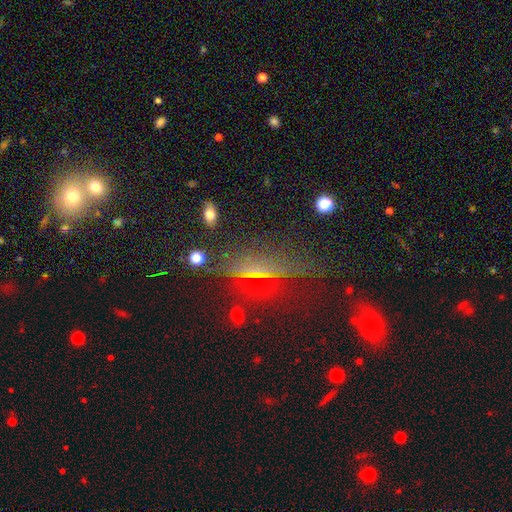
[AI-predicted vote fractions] Smooth or featured?
  - featured or disk: 45% *
  - star or artifact: 32%
  - smooth: 23%
Merging?
  - none: 67% *
  - minor disturbance: 16%
  - major disturbance: 10%
  - merger: 6%